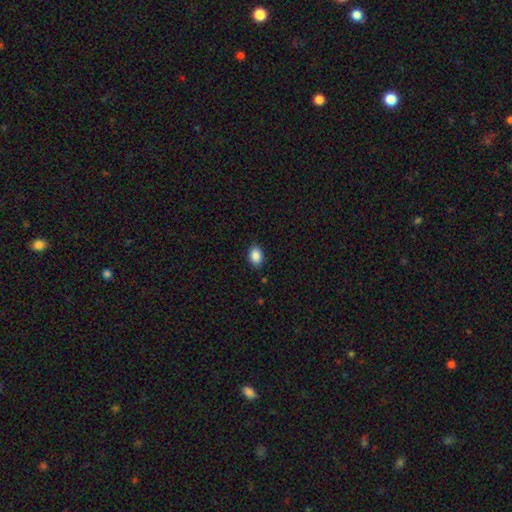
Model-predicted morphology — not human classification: Smooth or featured: smooth — 89% (star or artifact — 8%)
How rounded: in between — 79% (round — 20%)
Merging: none — 85% (minor disturbance — 11%)